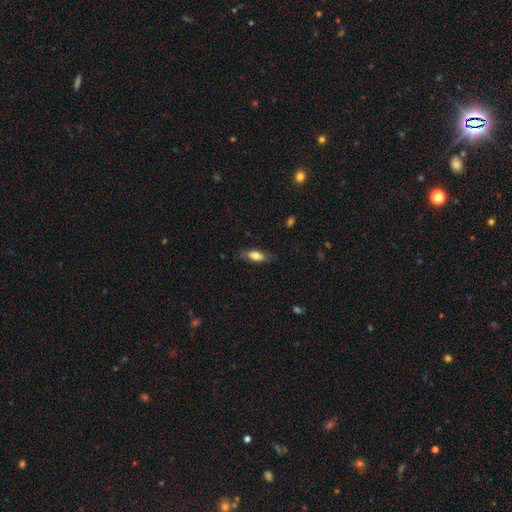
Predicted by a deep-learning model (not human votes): Smooth or featured? smooth (71%)
How rounded? in between (73%)
Merging? none (75%)